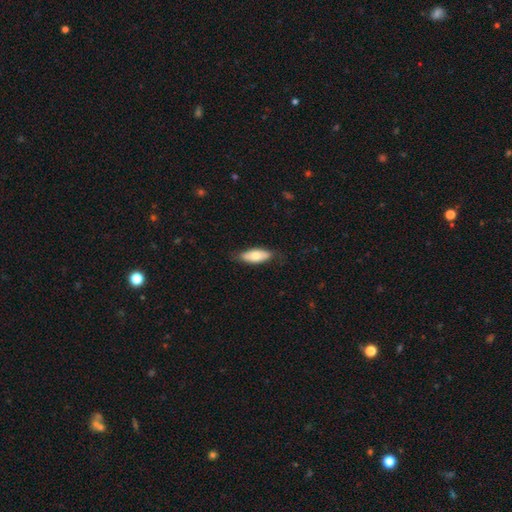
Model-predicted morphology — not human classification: smooth 71%, featured or disk 24%, star or artifact 6%. Down the decision tree: how rounded — in between (80%); merging — none (77%).